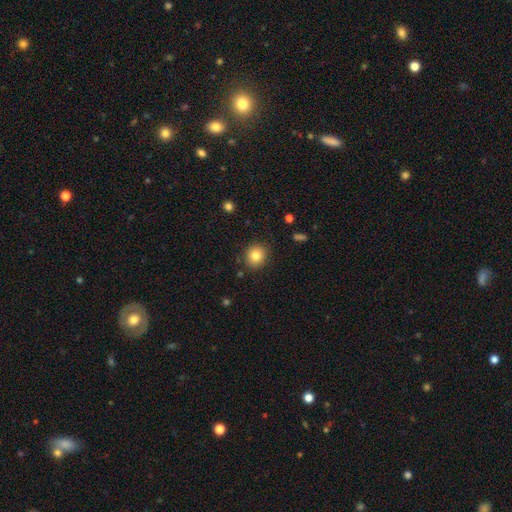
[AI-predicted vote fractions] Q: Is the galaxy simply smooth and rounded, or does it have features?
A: smooth — 81%.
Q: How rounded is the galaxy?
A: round — 82%.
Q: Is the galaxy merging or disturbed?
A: none — 88%.